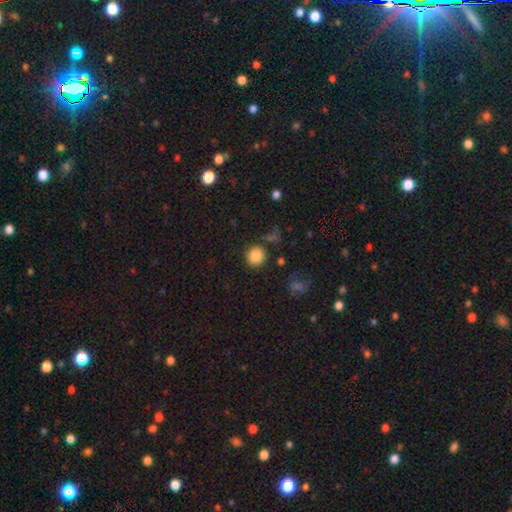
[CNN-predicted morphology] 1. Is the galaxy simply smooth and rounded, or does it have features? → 86% smooth, 10% star or artifact, 4% featured or disk.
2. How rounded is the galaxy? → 88% round, 11% in between, 1% cigar-shaped.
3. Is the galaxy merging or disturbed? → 84% none, 9% minor disturbance, 4% merger, 4% major disturbance.